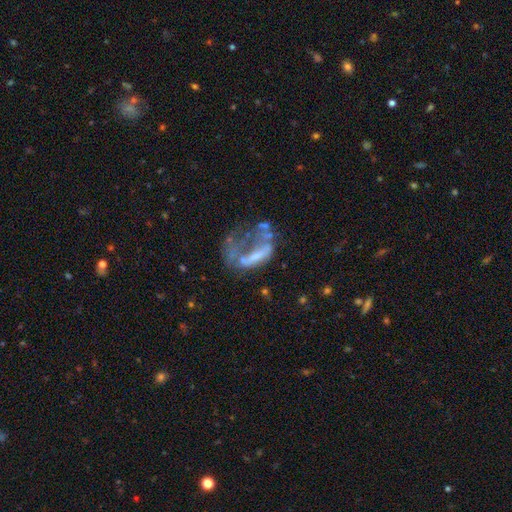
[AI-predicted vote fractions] This is possibly a featured or disk galaxy (59%). It is clearly not viewed edge-on (94%). Bar: likely no (69%). Spiral arm pattern: clearly no (84%). Central bulge: possibly none (51%). Merging: possibly major disturbance (48%).